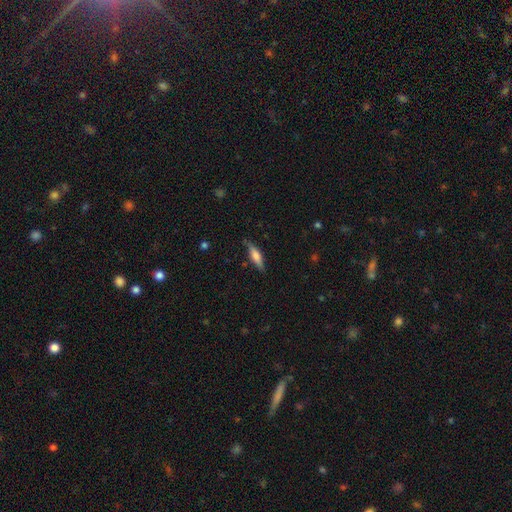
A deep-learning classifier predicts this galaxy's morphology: Smooth or featured: smooth — 57% (featured or disk — 37%)
How rounded: cigar-shaped — 65% (in between — 33%)
Merging: none — 80% (minor disturbance — 15%)